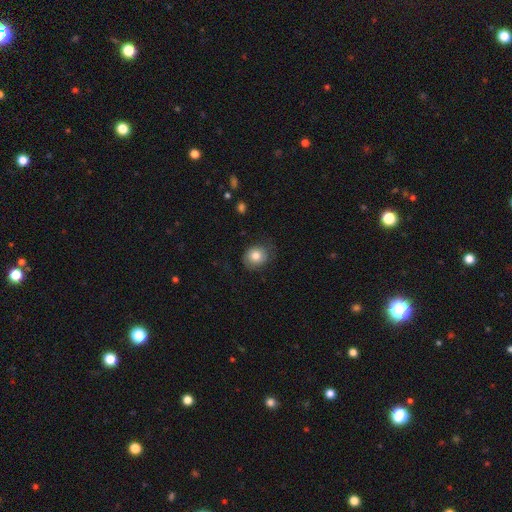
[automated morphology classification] The model was most divided on "how rounded": round: 72%, in between: 27%, cigar-shaped: 1%. More confident: smooth or featured — smooth (77%); merging — none (71%).